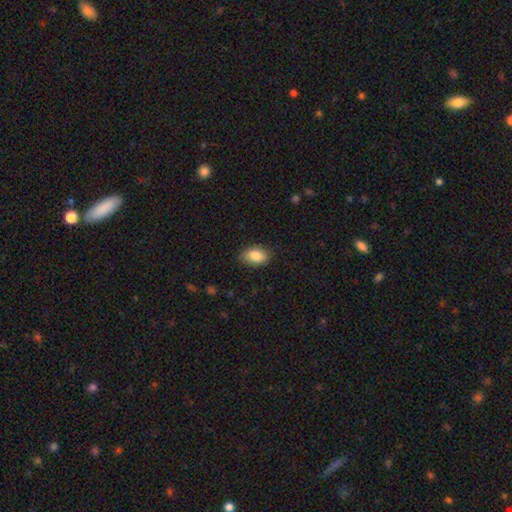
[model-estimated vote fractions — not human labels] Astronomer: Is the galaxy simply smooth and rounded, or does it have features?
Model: smooth — 86%.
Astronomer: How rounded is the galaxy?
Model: in between — 87%.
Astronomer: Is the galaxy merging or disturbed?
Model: none — 85%.